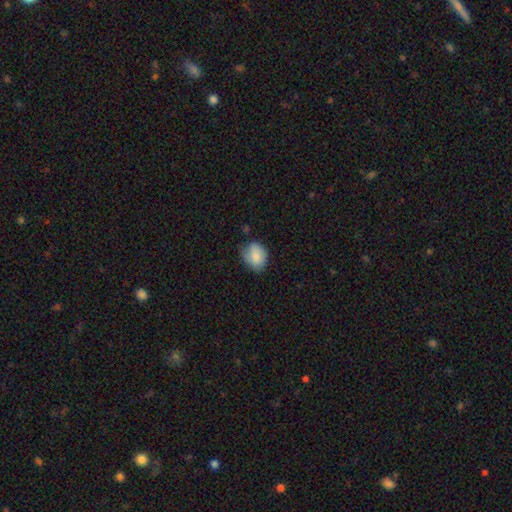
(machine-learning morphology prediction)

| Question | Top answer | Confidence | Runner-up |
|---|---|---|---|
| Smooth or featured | smooth | 83% | featured or disk (9%) |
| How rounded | in between | 57% | round (42%) |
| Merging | none | 60% | minor disturbance (32%) |